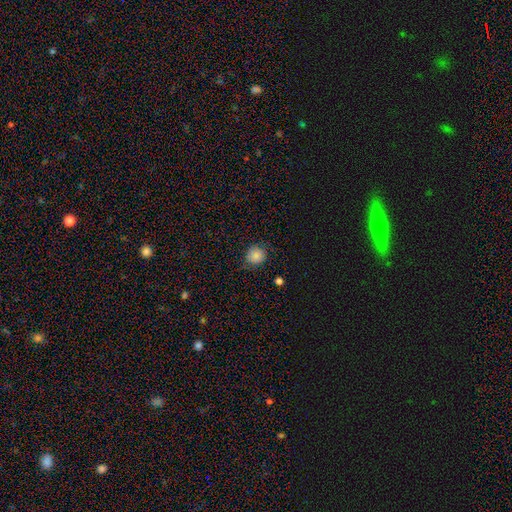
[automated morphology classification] Smooth or featured? smooth (84%)
How rounded? round (88%)
Merging? none (79%)